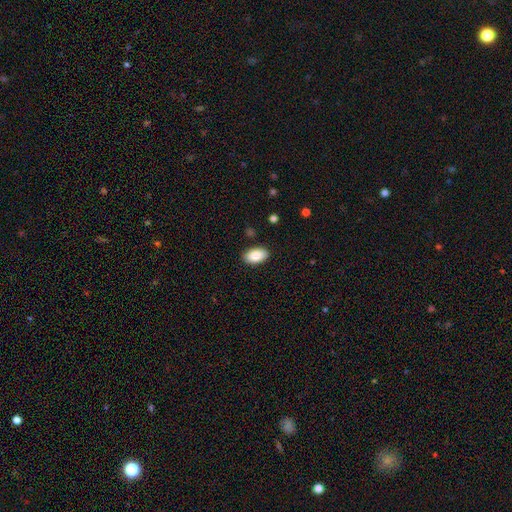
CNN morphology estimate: This appears to be a smooth galaxy with no disk features (89%) that is in between round and cigar-shaped (94%). Merging: none (88%).